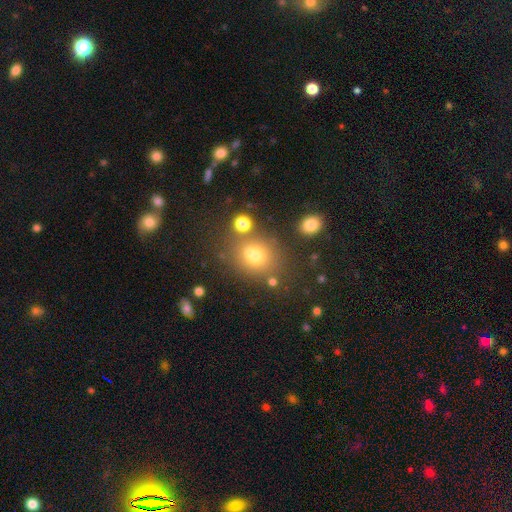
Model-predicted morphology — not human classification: type=smooth (68%); roundness=round (54%); merging=none (61%).